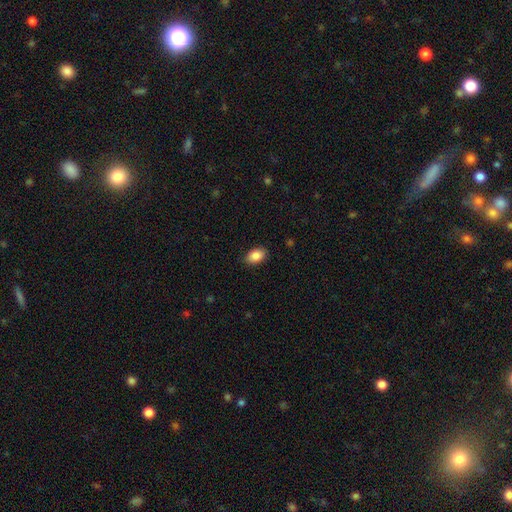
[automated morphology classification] Smooth or featured? smooth (87%)
How rounded? in between (89%)
Merging? none (88%)